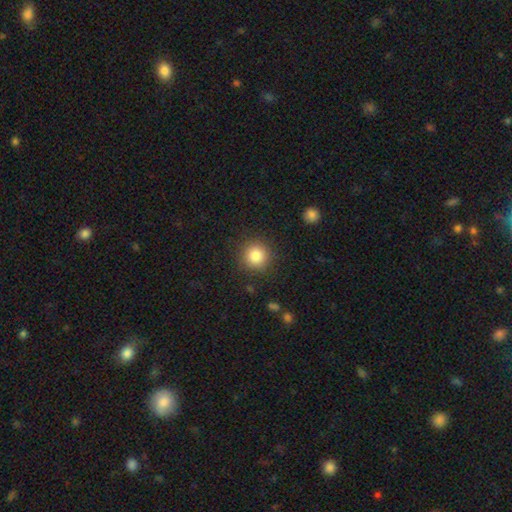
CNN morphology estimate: The model was most divided on "smooth or featured": smooth: 84%, star or artifact: 10%, featured or disk: 5%. More confident: how rounded — round (93%); merging — none (89%).